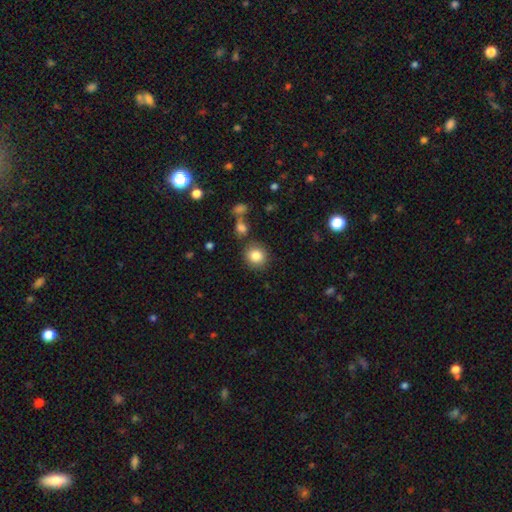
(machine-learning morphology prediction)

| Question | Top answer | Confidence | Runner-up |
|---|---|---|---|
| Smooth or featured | smooth | 85% | star or artifact (9%) |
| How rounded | round | 86% | in between (13%) |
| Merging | none | 84% | minor disturbance (9%) |